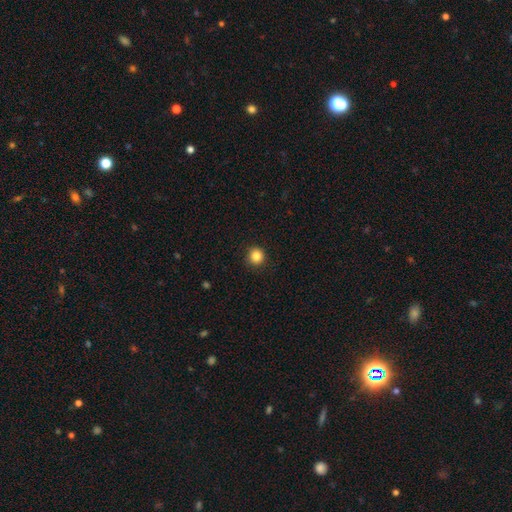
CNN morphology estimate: type=smooth (85%); roundness=round (93%); merging=none (90%).